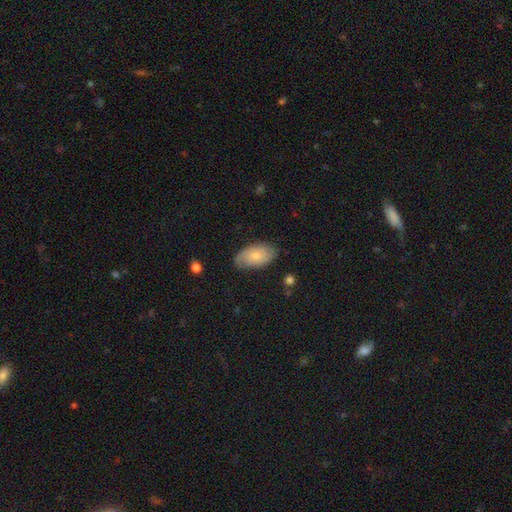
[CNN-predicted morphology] smooth 54%, featured or disk 39%, star or artifact 6%. Down the decision tree: how rounded — in between (93%); merging — none (76%).